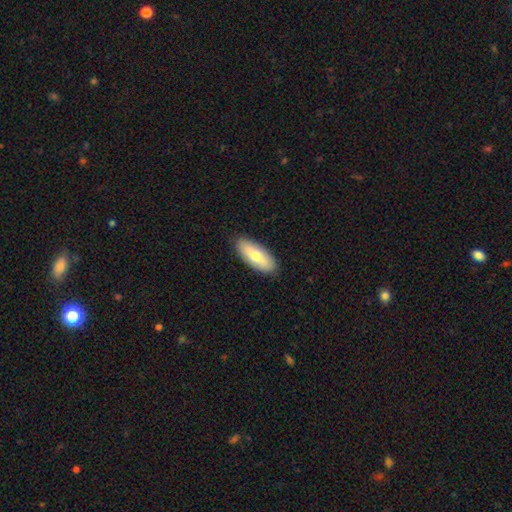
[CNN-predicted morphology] The model was most divided on "smooth or featured": smooth: 71%, featured or disk: 23%, star or artifact: 5%. More confident: merging — none (89%); how rounded — in between (78%).